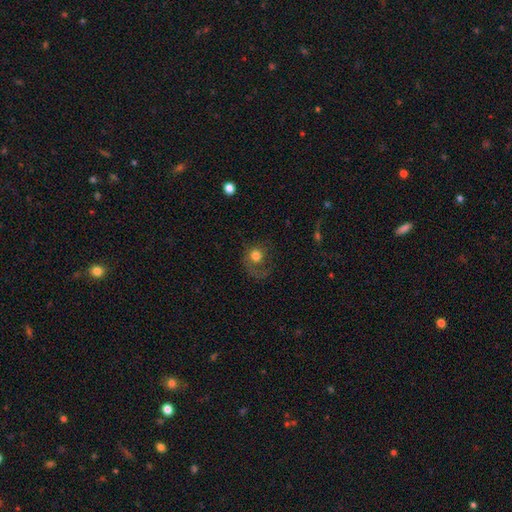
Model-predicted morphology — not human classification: type=smooth (63%); roundness=round (78%); merging=none (44%).